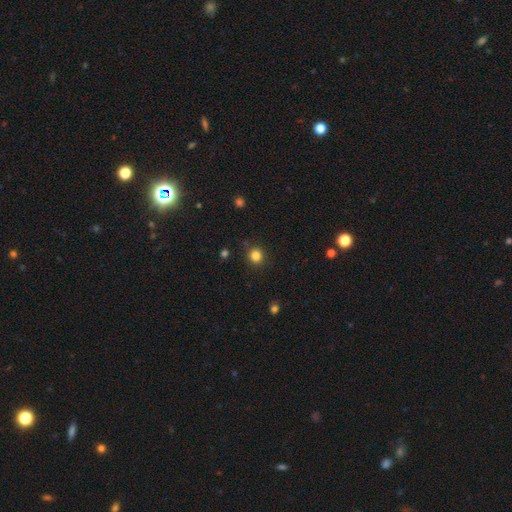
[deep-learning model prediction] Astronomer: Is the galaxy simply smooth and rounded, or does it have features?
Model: smooth — 83%.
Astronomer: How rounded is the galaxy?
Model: round — 91%.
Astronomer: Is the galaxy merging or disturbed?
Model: none — 89%.